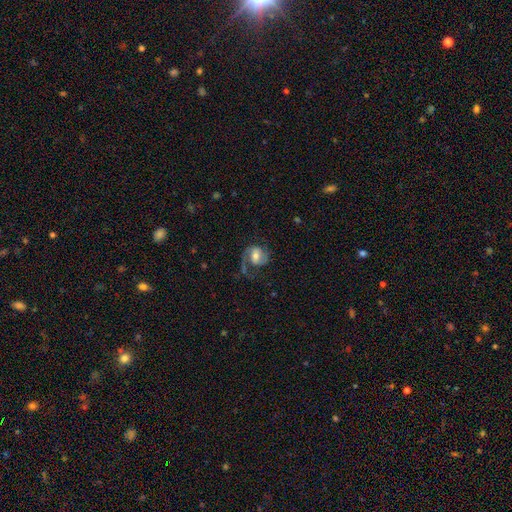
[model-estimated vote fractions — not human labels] Morphology: type=featured or disk (73%); edge-on=no (97%); bar=weak (44%); spiral arms=yes (93%); winding=medium (47%); arm count=2 (63%); bulge=moderate (59%); merging=none (54%).